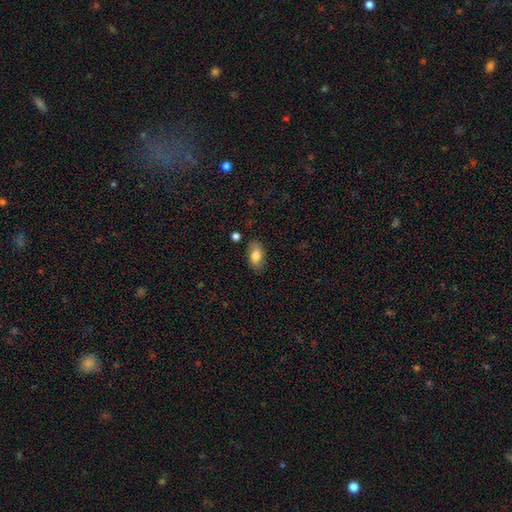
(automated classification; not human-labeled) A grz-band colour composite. It shows a smooth galaxy with no disk features (78%) that is in between round and cigar-shaped (91%). Merging: none (81%).